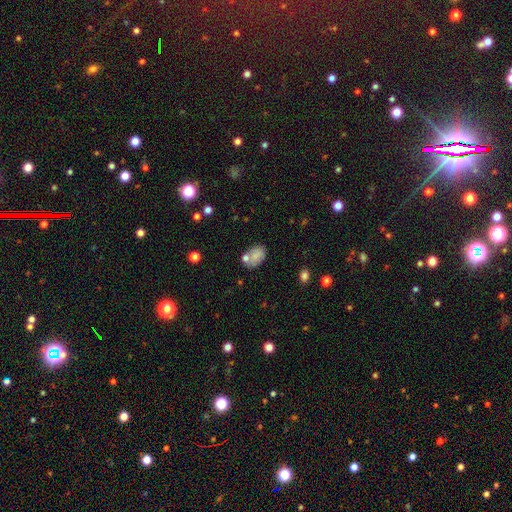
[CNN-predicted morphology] Q: Smooth or featured?
A: smooth (76%); runner-up: featured or disk (15%)
Q: How rounded?
A: in between (81%); runner-up: round (18%)
Q: Merging?
A: none (57%); runner-up: minor disturbance (18%)